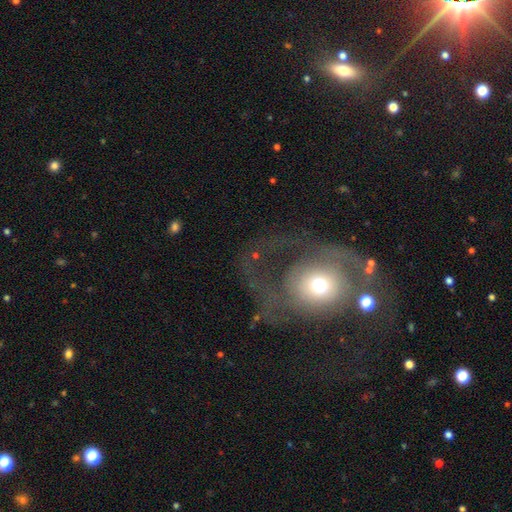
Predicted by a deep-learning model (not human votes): This appears to be a featured or disk galaxy (48%). Merging: major disturbance (48%).